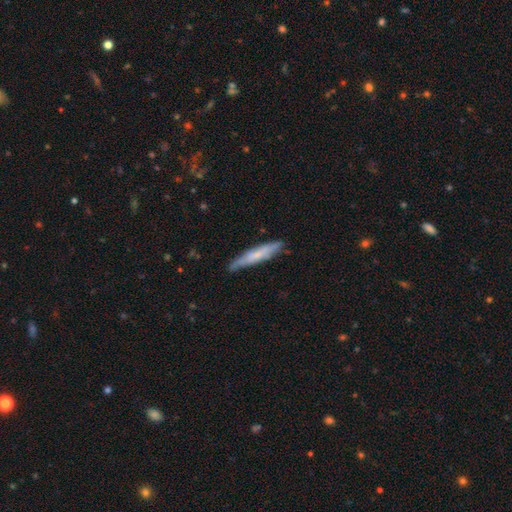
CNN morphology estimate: type=smooth (56%); roundness=cigar-shaped (90%); merging=none (76%).